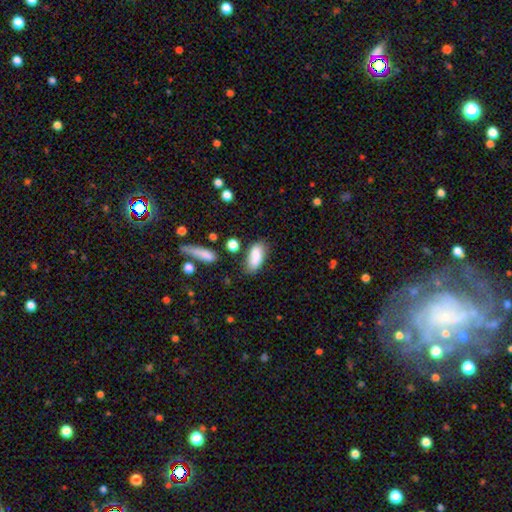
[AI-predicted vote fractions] Smooth or featured? Predicted: smooth (p=0.82). How rounded? Predicted: in between (p=0.87). Merging? Predicted: none (p=0.61).